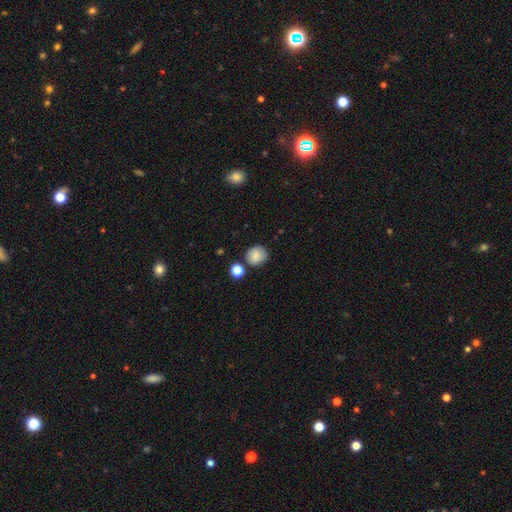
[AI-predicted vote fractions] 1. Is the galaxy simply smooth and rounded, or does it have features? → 83% smooth, 10% star or artifact, 8% featured or disk.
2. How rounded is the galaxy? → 82% round, 17% in between, 1% cigar-shaped.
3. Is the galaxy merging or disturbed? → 76% none, 13% minor disturbance, 7% merger, 3% major disturbance.